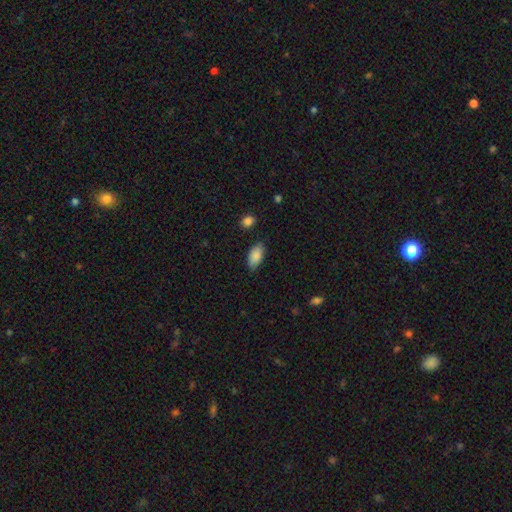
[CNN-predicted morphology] Overall: smooth (86%). How rounded: in between (92%). Merging: none (78%).